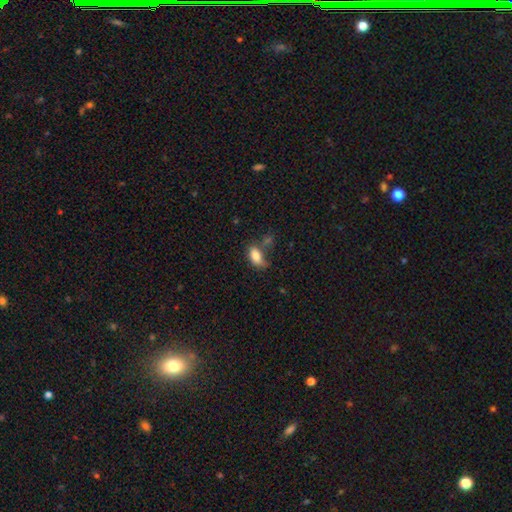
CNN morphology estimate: This appears to be a smooth galaxy with no disk features (81%) that is in between round and cigar-shaped (89%). Merging: none (41%).